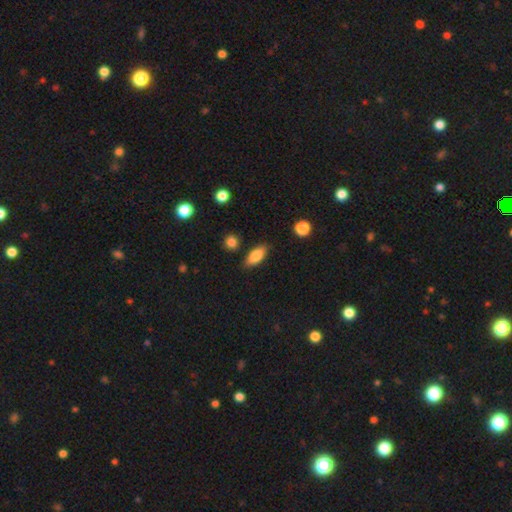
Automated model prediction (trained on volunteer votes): Smooth or featured? smooth (82%)
How rounded? in between (82%)
Merging? none (84%)